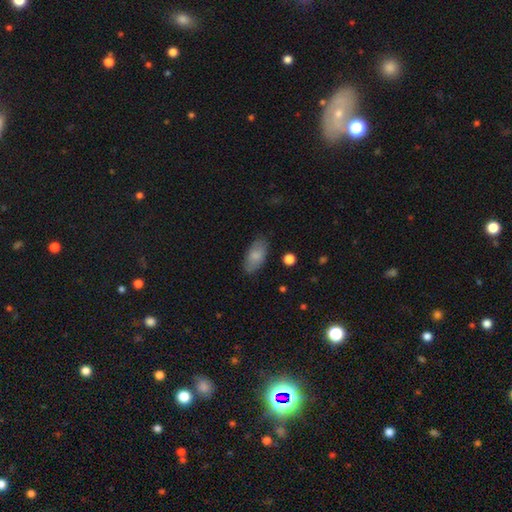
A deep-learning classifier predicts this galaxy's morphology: Smooth or featured?
  - smooth: 82% *
  - featured or disk: 12%
  - star or artifact: 7%
How rounded?
  - in between: 91% *
  - cigar-shaped: 6%
  - round: 3%
Merging?
  - none: 81% *
  - minor disturbance: 15%
  - major disturbance: 3%
  - merger: 1%